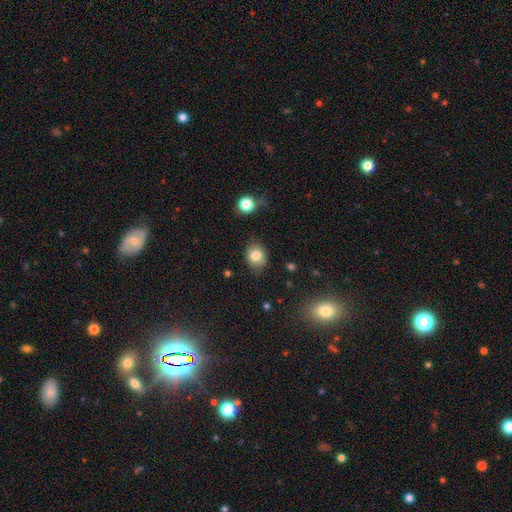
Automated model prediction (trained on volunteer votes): Smooth or featured?
  - smooth: 82% *
  - star or artifact: 10%
  - featured or disk: 8%
How rounded?
  - round: 53% *
  - in between: 46%
  - cigar-shaped: 1%
Merging?
  - none: 80% *
  - minor disturbance: 15%
  - major disturbance: 3%
  - merger: 2%